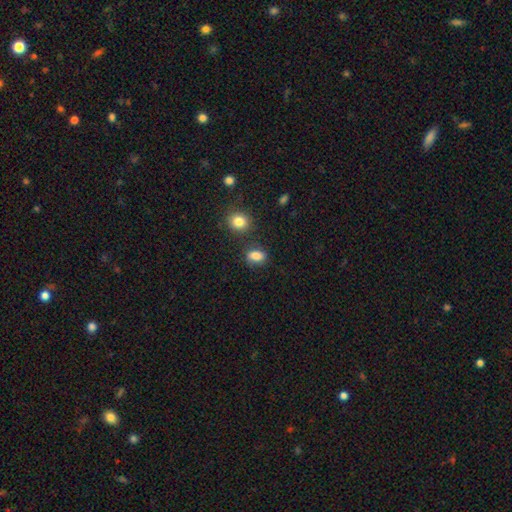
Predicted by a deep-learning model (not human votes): Morphology: type=smooth (83%); roundness=in between (78%); merging=none (70%).